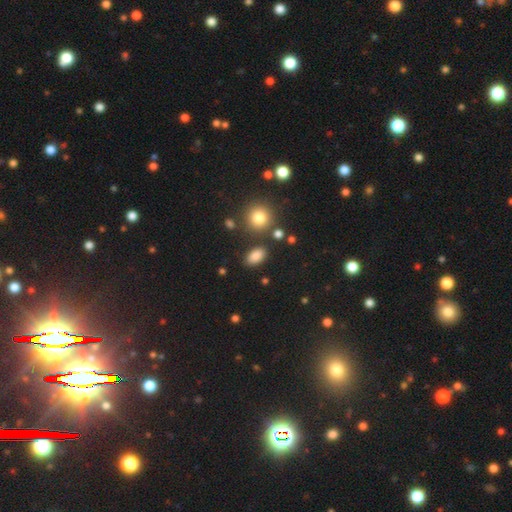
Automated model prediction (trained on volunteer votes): A smooth galaxy with no disk features (84%) that is in between round and cigar-shaped (87%). Merging: none (84%).